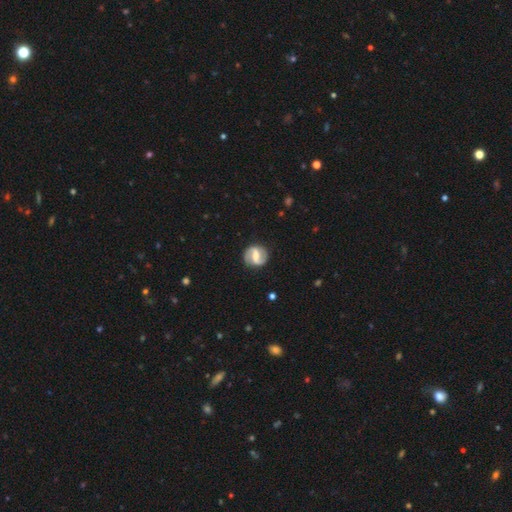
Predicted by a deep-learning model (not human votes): Smooth or featured? featured or disk (81%)
Edge-on disk? no (97%)
Bar? strong (52%)
Spiral arms? yes (91%)
Spiral winding? medium (43%)
Spiral arm count? 2 (92%)
Bulge size? moderate (45%)
Merging? none (86%)